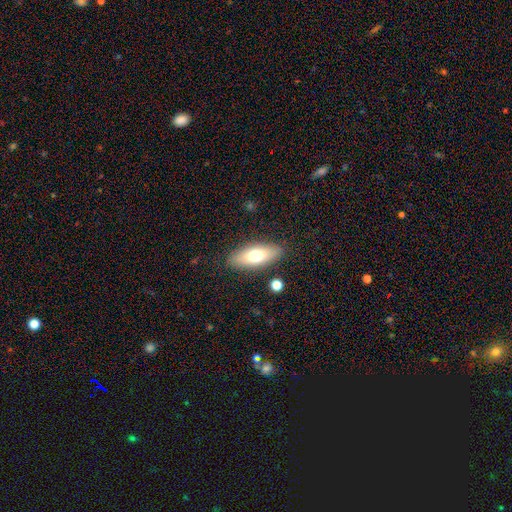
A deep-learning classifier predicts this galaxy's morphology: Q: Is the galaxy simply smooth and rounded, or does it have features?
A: smooth — 69%.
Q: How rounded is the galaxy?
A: in between — 74%.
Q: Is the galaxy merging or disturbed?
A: none — 86%.